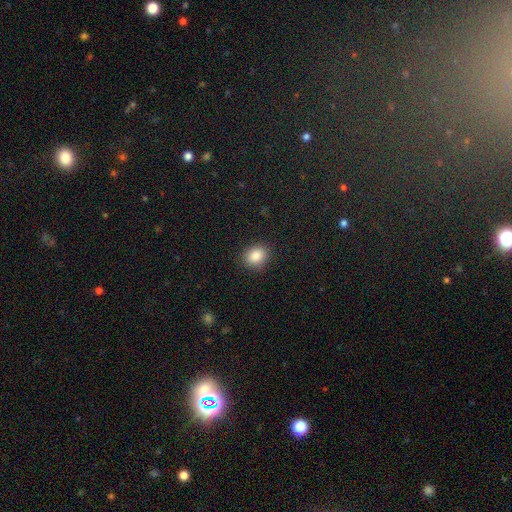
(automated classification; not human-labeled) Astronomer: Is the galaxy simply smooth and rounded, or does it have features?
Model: smooth — 87%.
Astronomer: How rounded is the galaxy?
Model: round — 51% (runner-up: in between, 48%).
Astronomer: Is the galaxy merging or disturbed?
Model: none — 88%.